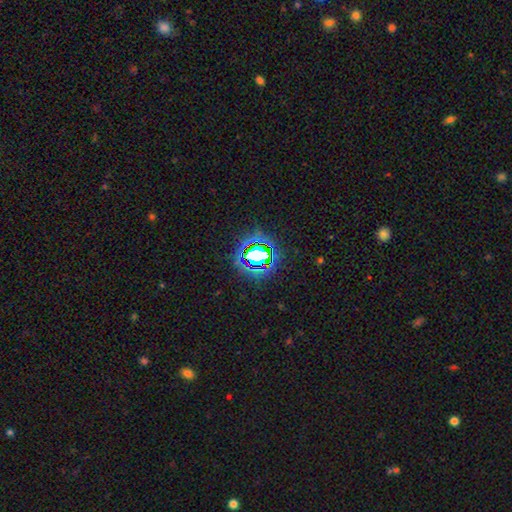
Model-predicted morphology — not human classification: type=star or artifact (69%).